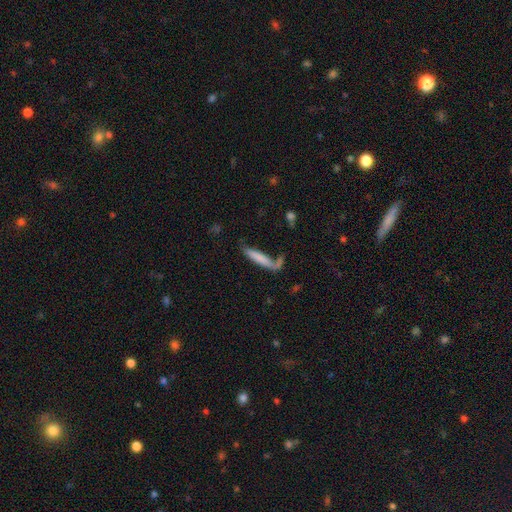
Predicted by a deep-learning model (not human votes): A smooth galaxy with no disk features (71%) that is cigar-shaped (87%).

Vote fractions:
- Smooth or featured? smooth: 71% / featured or disk: 21% / star or artifact: 8%
- How rounded? cigar-shaped: 87% / in between: 12% / round: 2%
- Merging? none: 54% / minor disturbance: 20% / merger: 14% / major disturbance: 12%